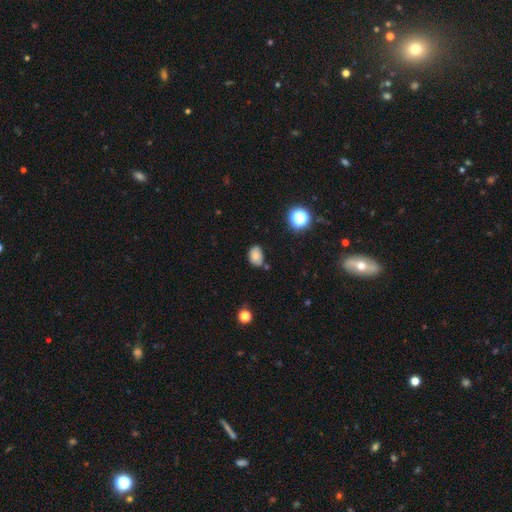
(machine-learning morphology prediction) type=smooth (79%); roundness=in between (79%); merging=none (68%).